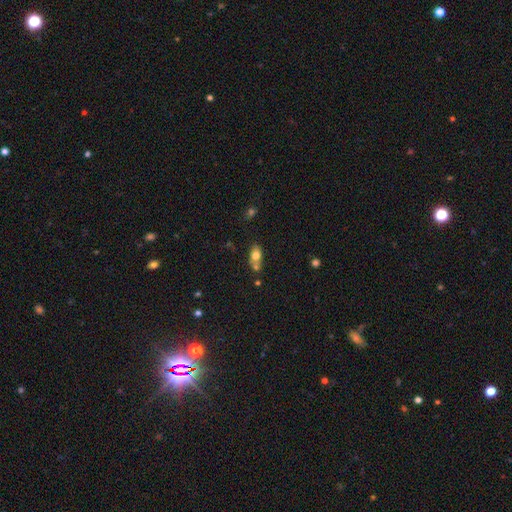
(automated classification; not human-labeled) Morphology: type=smooth (74%); roundness=in between (75%); merging=none (46%).